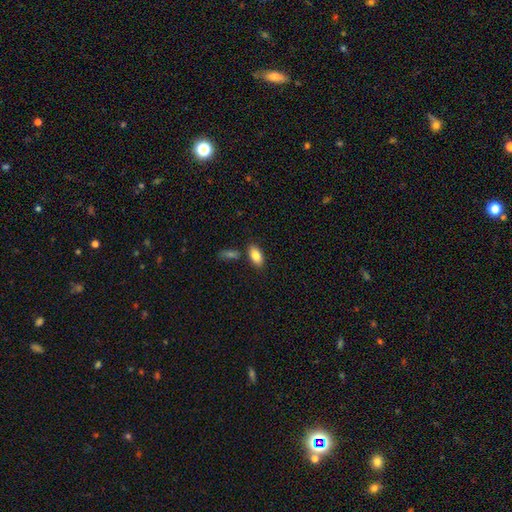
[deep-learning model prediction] Morphology: type=smooth (84%); roundness=in between (92%); merging=none (79%).